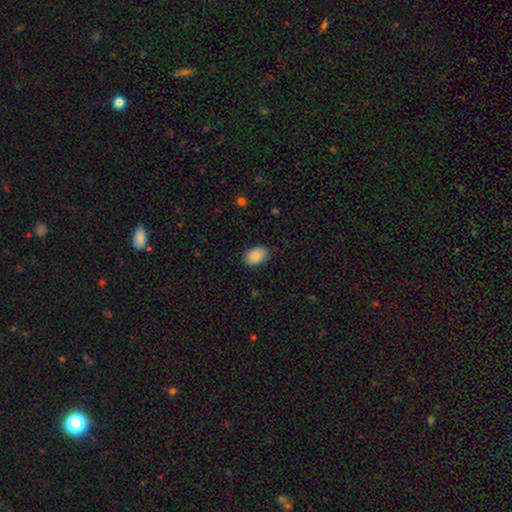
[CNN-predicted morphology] Q: Smooth or featured?
A: smooth (89%); runner-up: star or artifact (7%)
Q: How rounded?
A: in between (86%); runner-up: round (12%)
Q: Merging?
A: none (83%); runner-up: minor disturbance (13%)